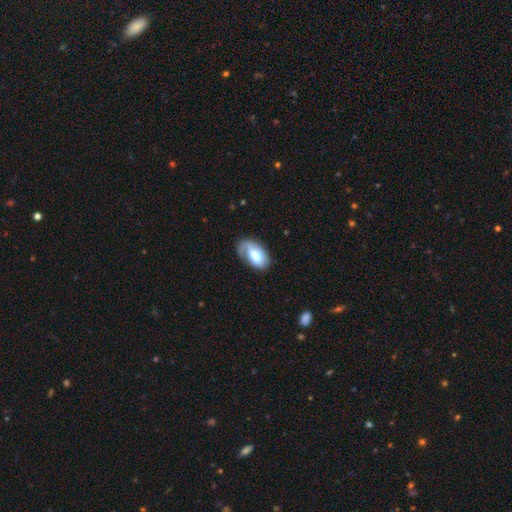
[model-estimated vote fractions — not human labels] This appears to be a smooth galaxy with no disk features (52%) that is in between round and cigar-shaped (92%). Merging: none (43%).